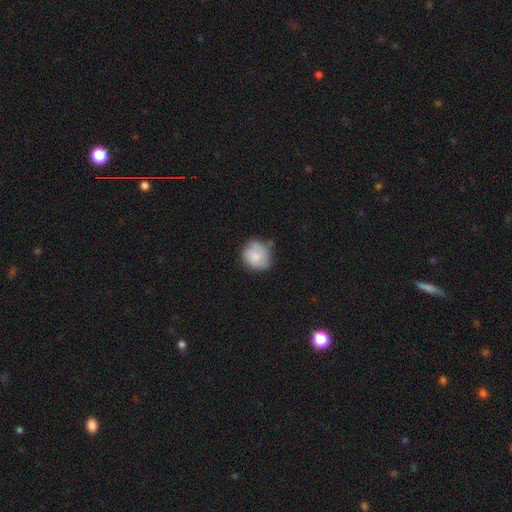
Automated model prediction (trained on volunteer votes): Smooth or featured: smooth — 69% (featured or disk — 24%)
How rounded: round — 69% (in between — 30%)
Merging: none — 58% (minor disturbance — 30%)